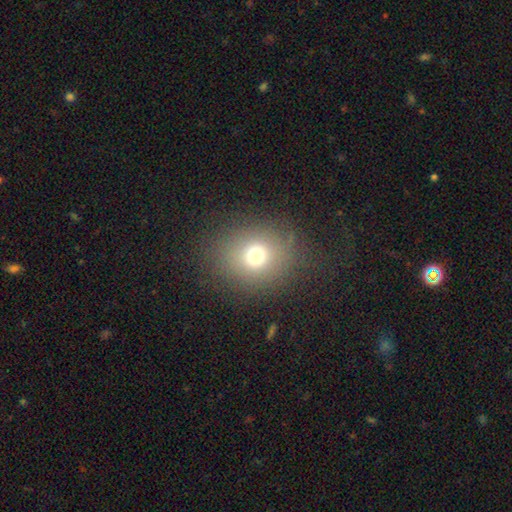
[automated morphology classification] The model was most divided on "how rounded": round: 69%, in between: 30%, cigar-shaped: 1%. More confident: merging — none (82%); smooth or featured — smooth (71%).